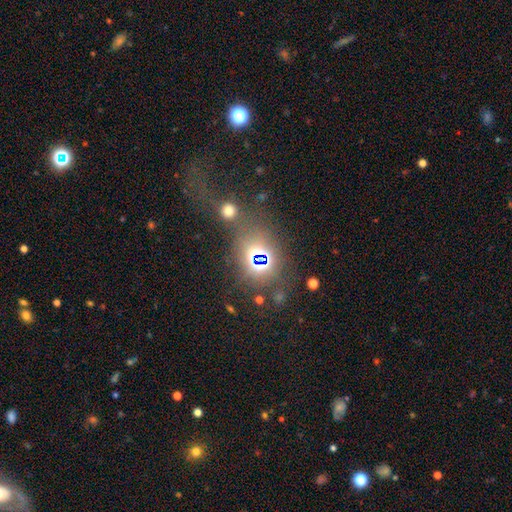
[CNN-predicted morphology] smooth-or-featured: star or artifact: 64% | smooth: 27% | featured or disk: 9%